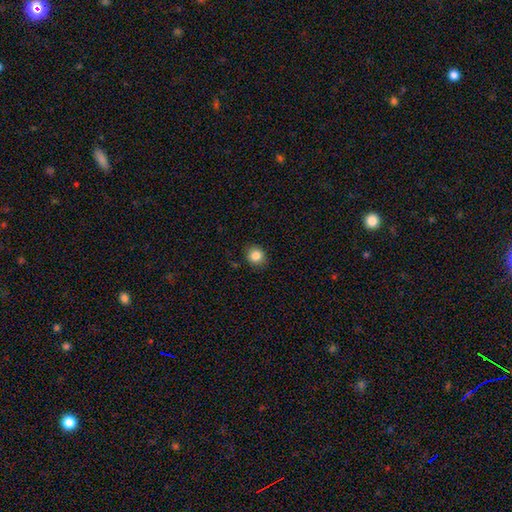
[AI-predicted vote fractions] This appears to be a smooth galaxy with no disk features (85%) that is round (82%). Merging: none (88%).